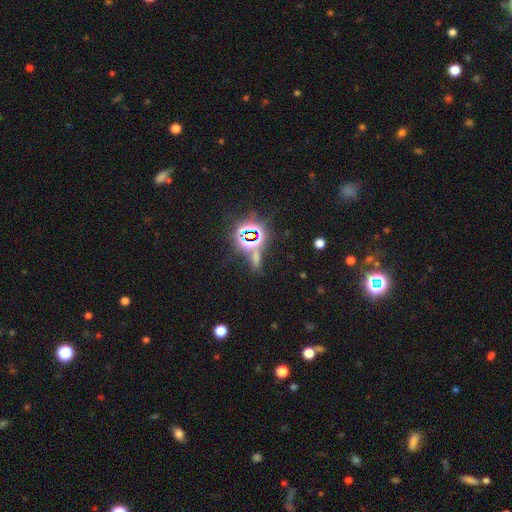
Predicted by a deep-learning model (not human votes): This is likely a star or artifact rather than a galaxy (72%).